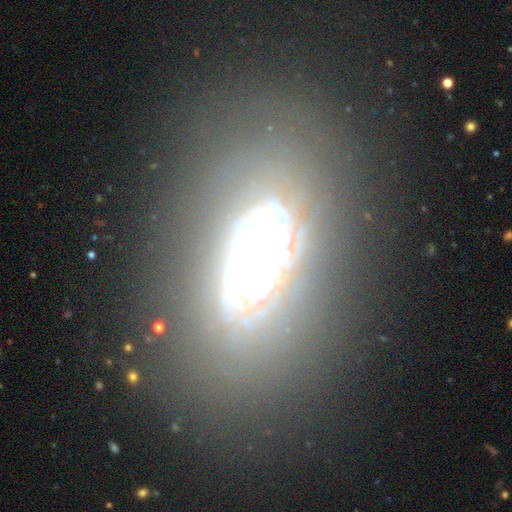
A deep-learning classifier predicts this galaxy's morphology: featured or disk 62%, star or artifact 21%, smooth 17%. Down the decision tree: edge-on disk — no (82%); bar — no (84%); spiral arms — no (55%); bulge size — large (28%); merging — none (67%).